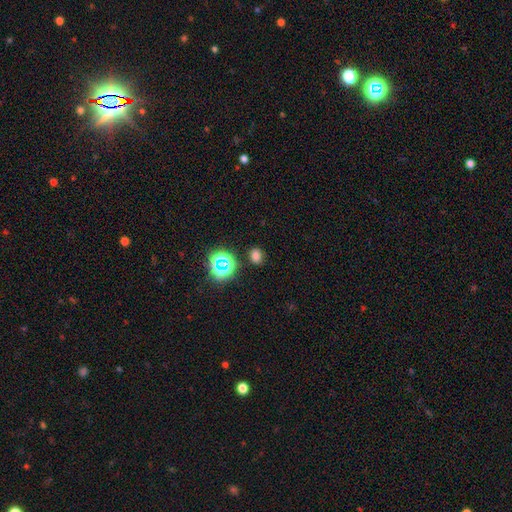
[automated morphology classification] smooth 69%, star or artifact 26%, featured or disk 6%. Down the decision tree: how rounded — round (50%); merging — none (82%).